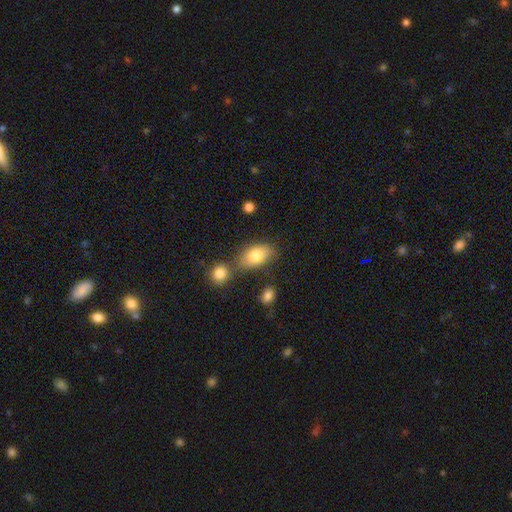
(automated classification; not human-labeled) smooth 80%, featured or disk 12%, star or artifact 8%. Down the decision tree: how rounded — in between (89%); merging — none (62%).